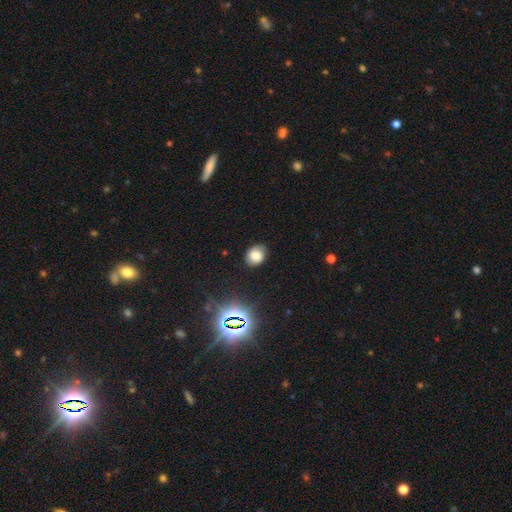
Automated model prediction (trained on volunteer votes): A smooth galaxy with no disk features (74%) that is in between round and cigar-shaped (51%). Merging: none (79%).